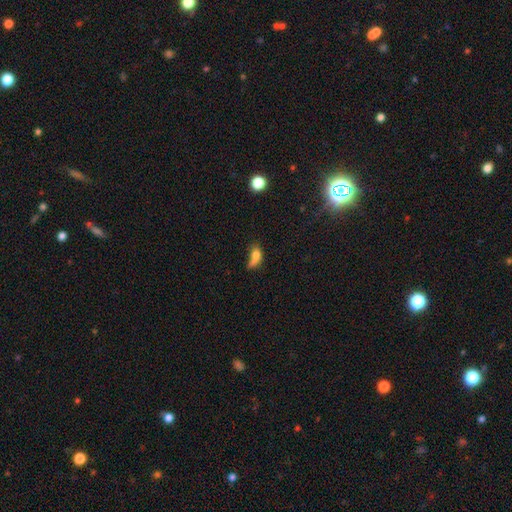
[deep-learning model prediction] Smooth or featured? smooth (68%)
How rounded? in between (74%)
Merging? major disturbance (32%)